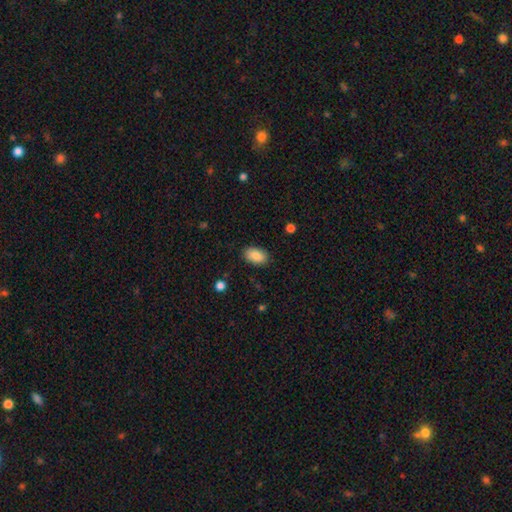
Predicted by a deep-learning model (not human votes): Overall: smooth (88%). How rounded: in between (91%). Merging: none (87%).